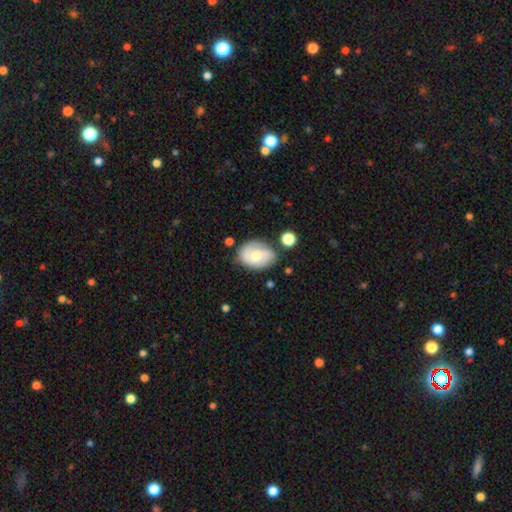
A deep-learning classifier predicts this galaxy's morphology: This appears to be a featured or disk galaxy (55%) with no bar (63%), spiral arms (85%) and a moderate central bulge (57%). Merging: none (62%).